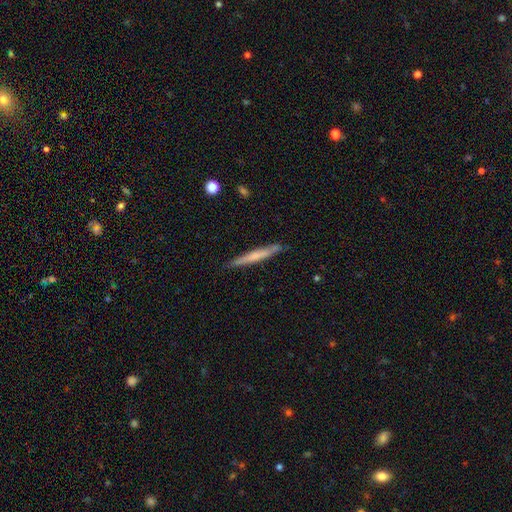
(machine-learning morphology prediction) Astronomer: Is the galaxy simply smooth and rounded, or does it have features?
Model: smooth — 55% (runner-up: featured or disk, 39%).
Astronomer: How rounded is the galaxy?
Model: cigar-shaped — 96%.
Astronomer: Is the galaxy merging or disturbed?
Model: none — 86%.